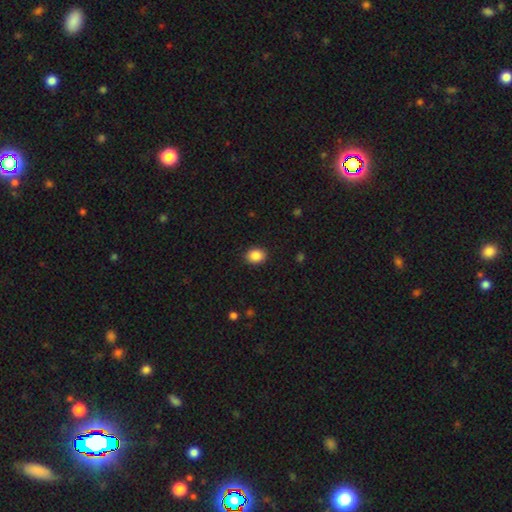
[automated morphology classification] This is clearly a smooth galaxy (87%). How rounded: possibly round (50%). Merging: clearly none (90%).